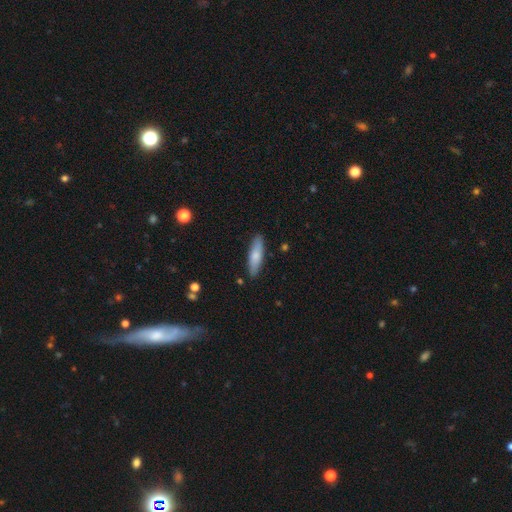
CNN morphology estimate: This appears to be a smooth galaxy with no disk features (74%) that is cigar-shaped (63%). Merging: none (87%).